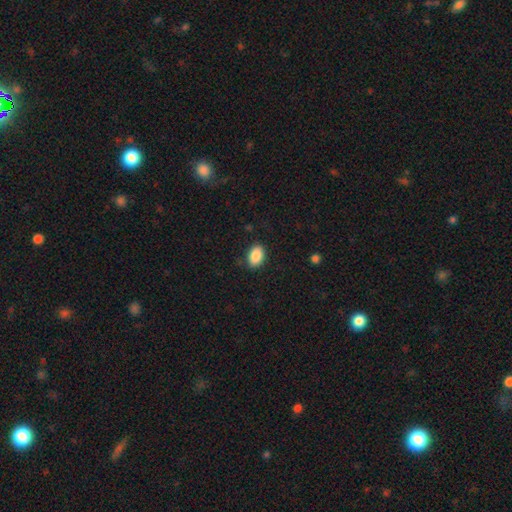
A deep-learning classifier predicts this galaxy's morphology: Smooth or featured: smooth — 88% (star or artifact — 7%)
How rounded: in between — 88% (round — 11%)
Merging: none — 84% (minor disturbance — 12%)